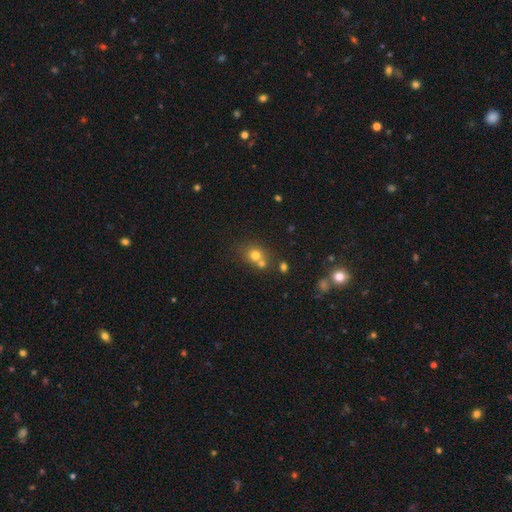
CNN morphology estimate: smooth 69%, star or artifact 19%, featured or disk 12%. Down the decision tree: how rounded — round (80%); merging — none (52%).